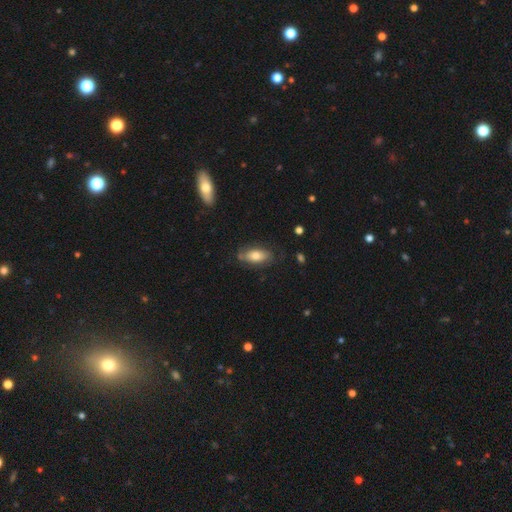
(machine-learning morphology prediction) smooth_or_featured: smooth (p=0.64) [alt: featured or disk p=0.29]
how_rounded: in between (p=0.88) [alt: cigar-shaped p=0.08]
merging: none (p=0.67) [alt: minor disturbance p=0.22]